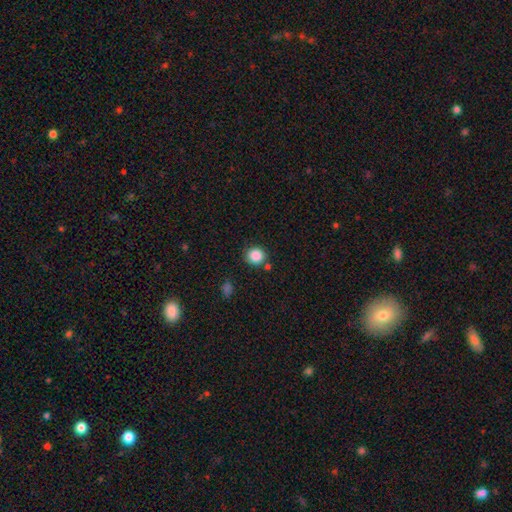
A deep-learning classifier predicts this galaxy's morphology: smooth-or-featured: smooth: 87% | star or artifact: 10% | featured or disk: 4%
  how-rounded: round: 90% | in between: 9% | cigar-shaped: 1%
  merging: none: 81% | minor disturbance: 10% | merger: 6% | major disturbance: 3%